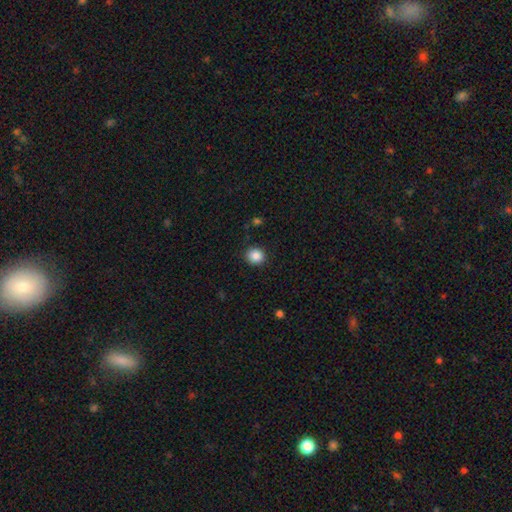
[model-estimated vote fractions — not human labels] This appears to be a smooth galaxy with no disk features (86%) that is round (88%). Merging: none (89%).